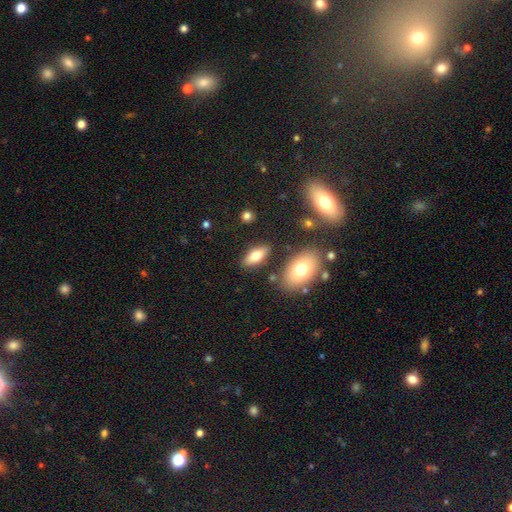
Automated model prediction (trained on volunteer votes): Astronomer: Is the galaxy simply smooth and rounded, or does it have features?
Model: smooth — 70%.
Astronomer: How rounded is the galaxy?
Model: in between — 79%.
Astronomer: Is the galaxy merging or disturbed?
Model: none — 82%.